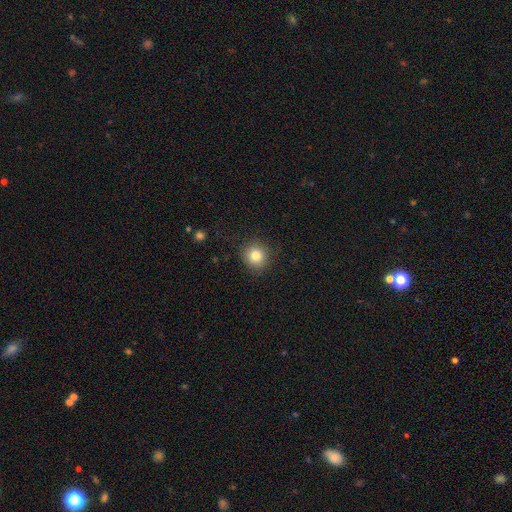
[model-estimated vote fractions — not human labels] This appears to be a smooth galaxy with no disk features (81%) that is round (91%). Merging: none (87%).